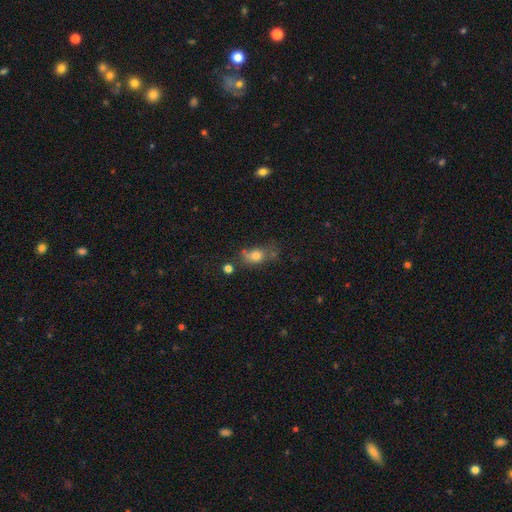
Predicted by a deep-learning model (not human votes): Q: Smooth or featured?
A: smooth (75%); runner-up: featured or disk (13%)
Q: How rounded?
A: in between (59%); runner-up: round (37%)
Q: Merging?
A: none (51%); runner-up: minor disturbance (24%)